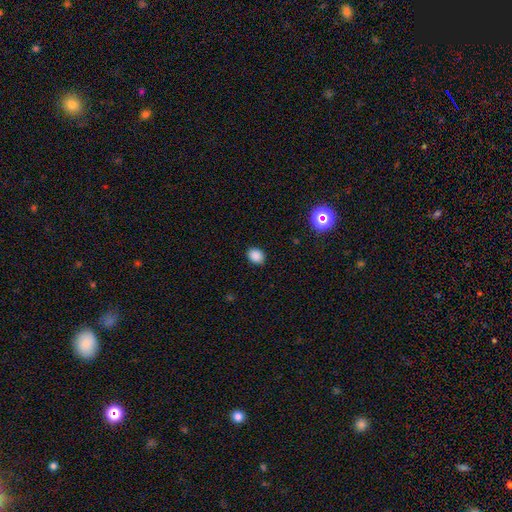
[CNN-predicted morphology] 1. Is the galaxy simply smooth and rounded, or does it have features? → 87% smooth, 10% star or artifact, 3% featured or disk.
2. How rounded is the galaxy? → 61% in between, 39% round, 1% cigar-shaped.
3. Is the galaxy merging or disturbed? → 88% none, 9% minor disturbance, 2% major disturbance, 1% merger.